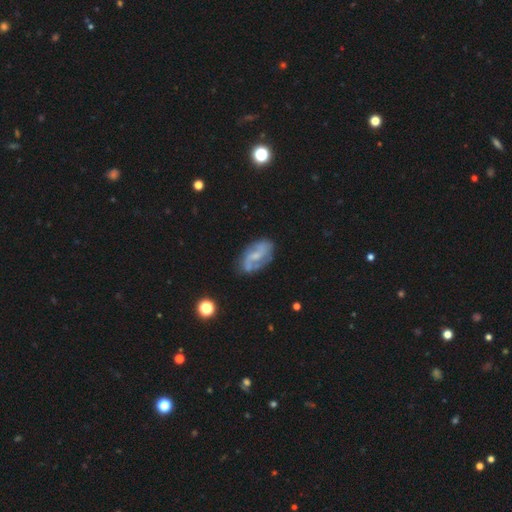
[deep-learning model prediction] featured or disk 72%, smooth 21%, star or artifact 7%. Down the decision tree: edge-on disk — no (96%); bar — weak (48%); spiral arms — yes (88%); spiral arm count — 2 (77%); spiral winding — loose (41%); bulge size — small (50%); merging — none (71%).